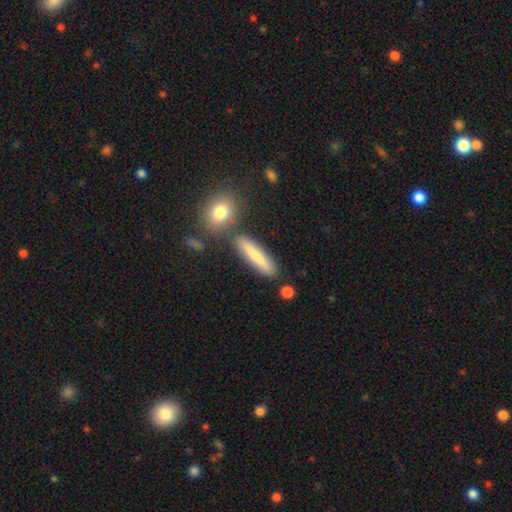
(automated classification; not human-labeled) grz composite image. It shows a smooth galaxy with no disk features (74%) that is cigar-shaped (82%). Merging: none (80%).